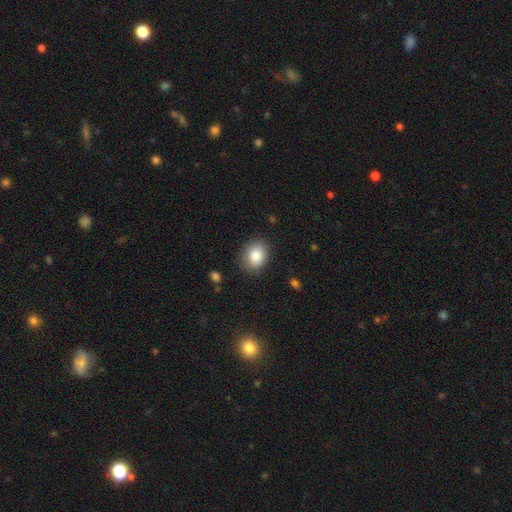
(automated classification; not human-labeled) A smooth galaxy with no disk features (85%) that is in between round and cigar-shaped (56%).

Vote fractions:
- Smooth or featured? smooth: 85% / star or artifact: 8% / featured or disk: 7%
- How rounded? in between: 56% / round: 43% / cigar-shaped: 1%
- Merging? none: 83% / minor disturbance: 13% / major disturbance: 3% / merger: 1%